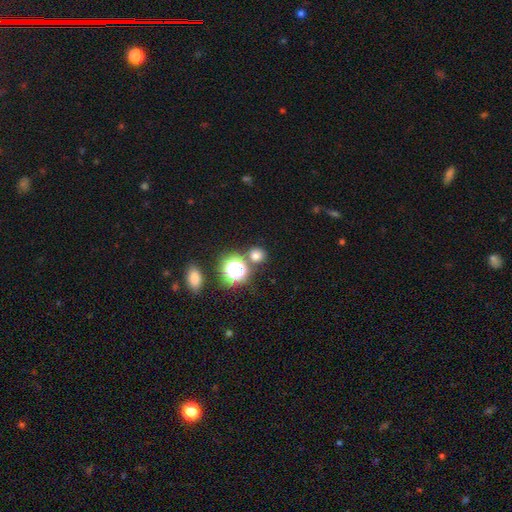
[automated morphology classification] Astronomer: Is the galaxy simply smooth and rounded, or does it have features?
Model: smooth — 68%.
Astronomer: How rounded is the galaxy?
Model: round — 84%.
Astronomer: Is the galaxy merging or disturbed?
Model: none — 78%.